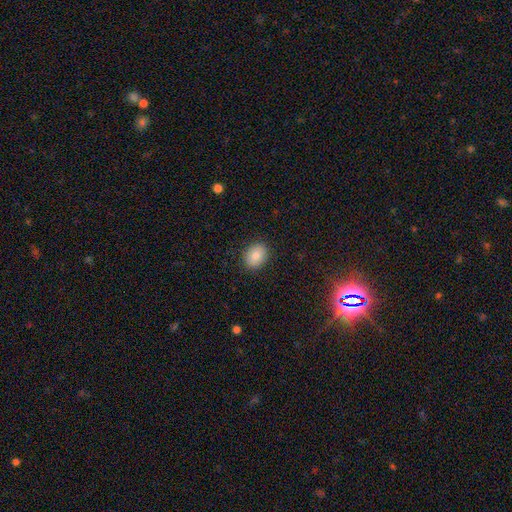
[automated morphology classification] The model was most divided on "how rounded": in between: 57%, round: 42%, cigar-shaped: 1%. More confident: merging — none (89%); smooth or featured — smooth (83%).